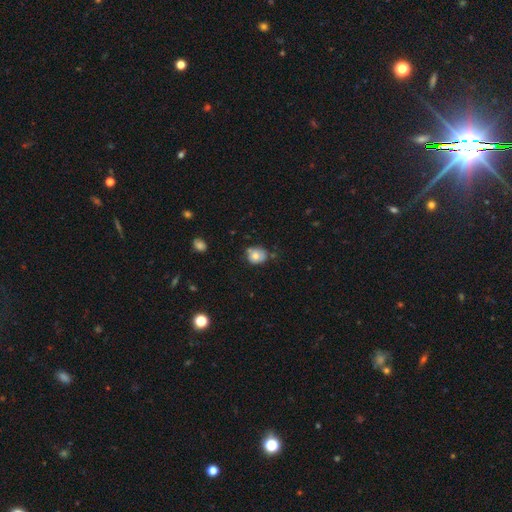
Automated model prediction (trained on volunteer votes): A smooth galaxy with no disk features (70%) that is round (68%). Merging: none (59%).